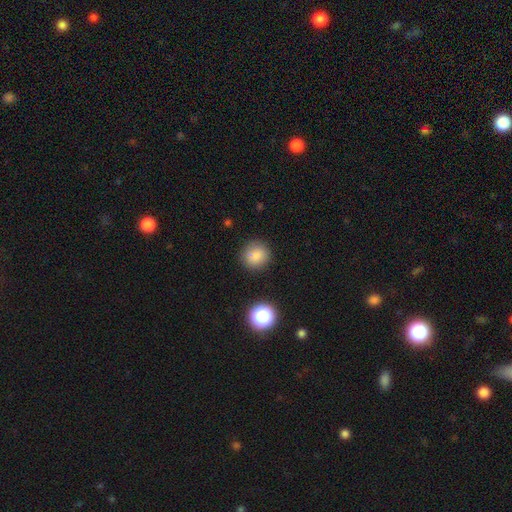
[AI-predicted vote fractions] Smooth or featured: smooth — 82% (star or artifact — 12%)
How rounded: round — 92% (in between — 8%)
Merging: none — 87% (minor disturbance — 8%)